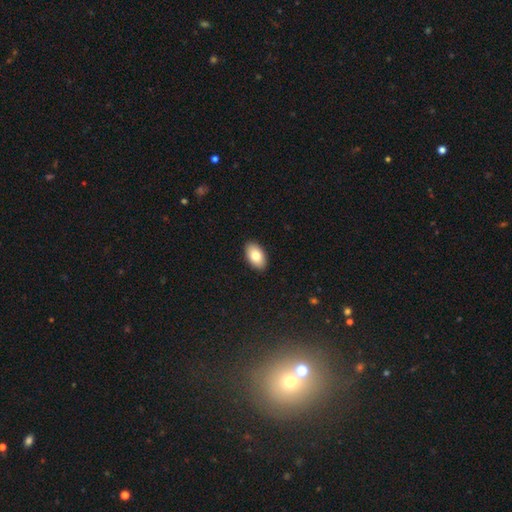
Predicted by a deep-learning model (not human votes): smooth 80%, featured or disk 13%, star or artifact 7%. Down the decision tree: how rounded — in between (94%); merging — none (90%).